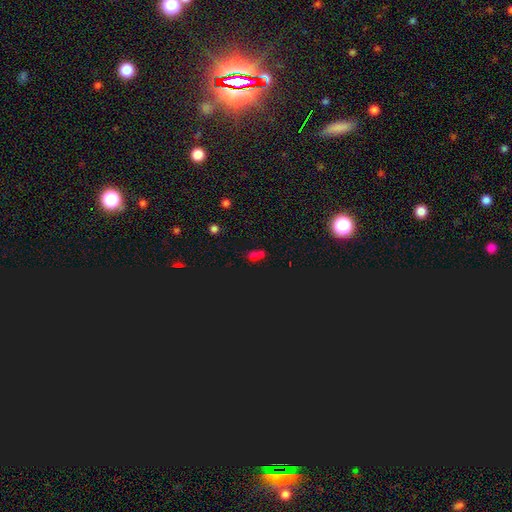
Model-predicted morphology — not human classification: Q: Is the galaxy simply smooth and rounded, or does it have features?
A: star or artifact — 51%.